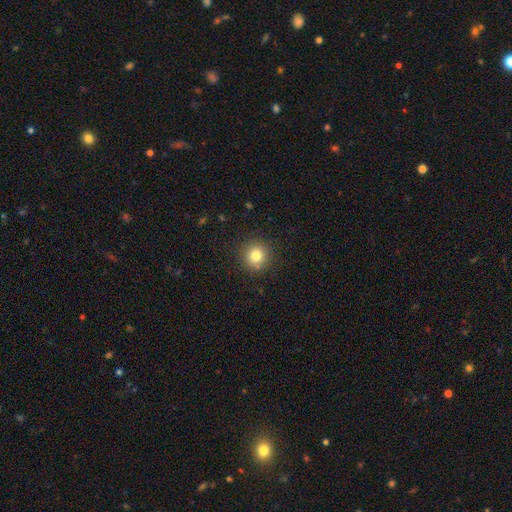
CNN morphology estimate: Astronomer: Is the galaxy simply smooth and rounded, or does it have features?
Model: smooth — 81%.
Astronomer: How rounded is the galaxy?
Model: round — 93%.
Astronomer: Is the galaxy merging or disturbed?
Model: none — 90%.